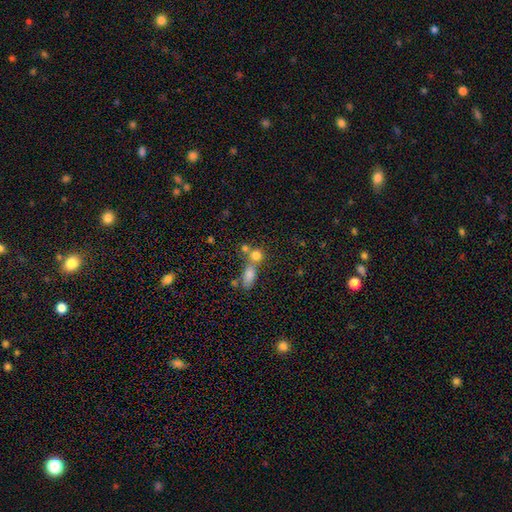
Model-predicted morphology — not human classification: type=smooth (75%); roundness=round (69%); merging=merger (44%).